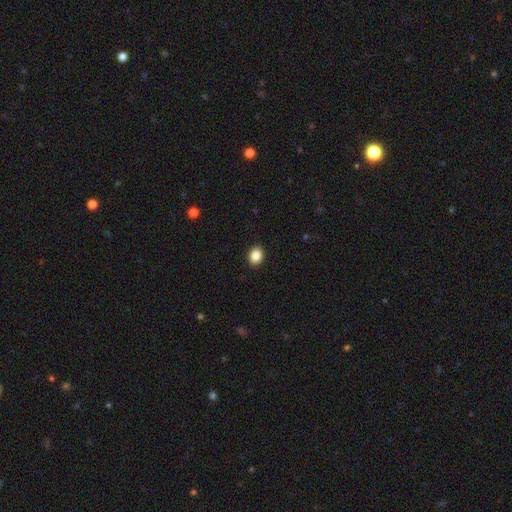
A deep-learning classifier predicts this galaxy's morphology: The model was most divided on "how rounded": in between: 62%, round: 38%, cigar-shaped: 1%. More confident: merging — none (91%); smooth or featured — smooth (87%).